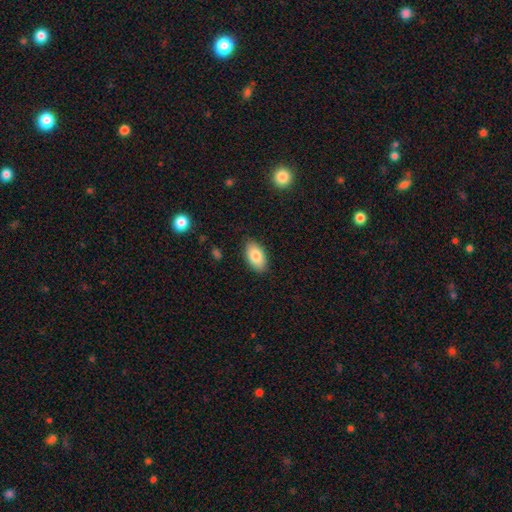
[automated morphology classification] type=smooth (83%); roundness=in between (94%); merging=none (86%).